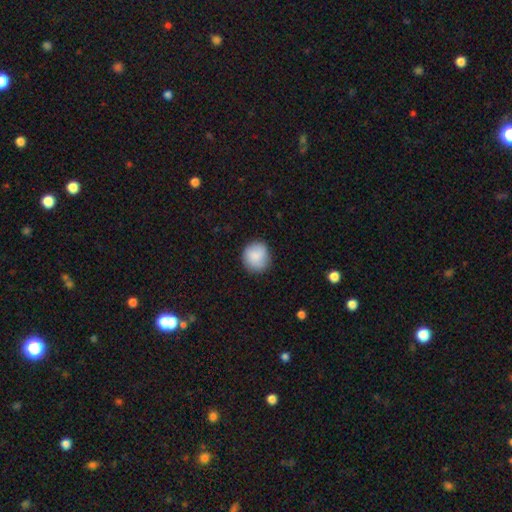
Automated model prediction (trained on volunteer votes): This is clearly a smooth galaxy (85%). How rounded: clearly round (87%). Merging: clearly none (82%).